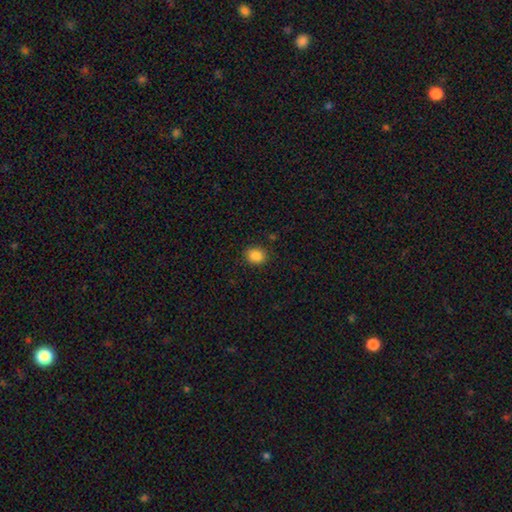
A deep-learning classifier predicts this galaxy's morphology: smooth 86%, star or artifact 10%, featured or disk 4%. Down the decision tree: how rounded — round (57%); merging — none (88%).